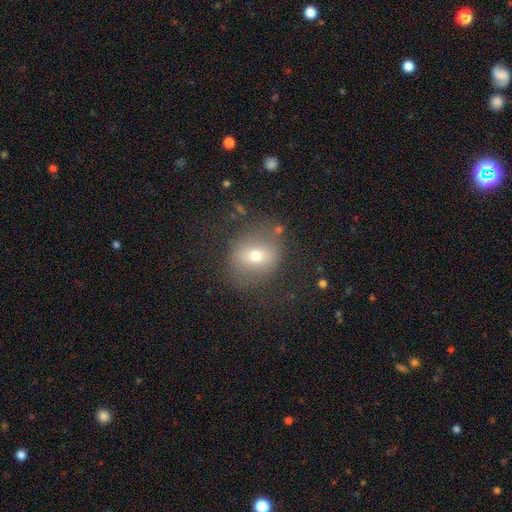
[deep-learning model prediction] The model was most divided on "smooth or featured": smooth: 62%, featured or disk: 25%, star or artifact: 12%. More confident: how rounded — round (72%); merging — none (71%).